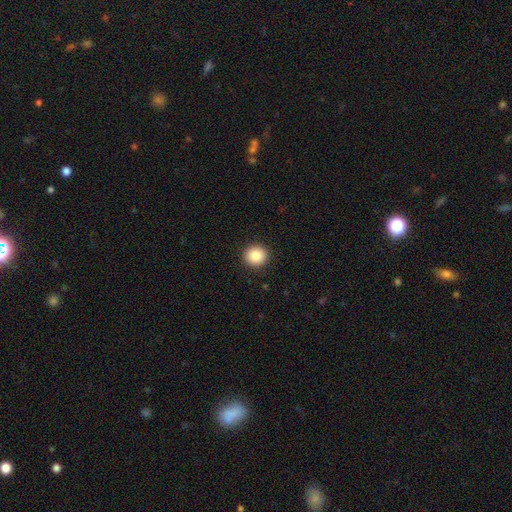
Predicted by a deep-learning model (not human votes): This appears to be a smooth galaxy with no disk features (86%) that is round (91%). Merging: none (93%).